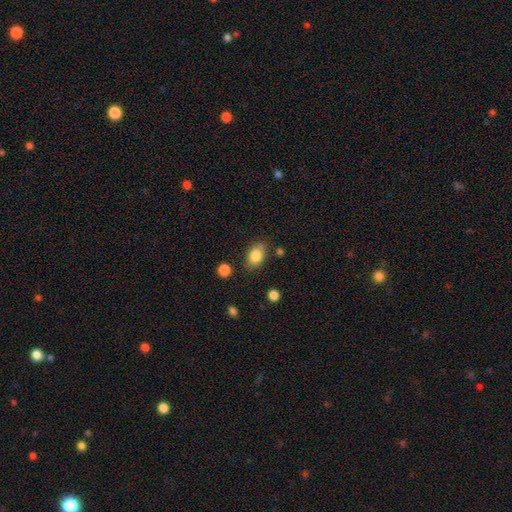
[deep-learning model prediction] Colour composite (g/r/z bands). It shows a smooth galaxy with no disk features (83%) that is in between round and cigar-shaped (80%). Merging: none (76%).